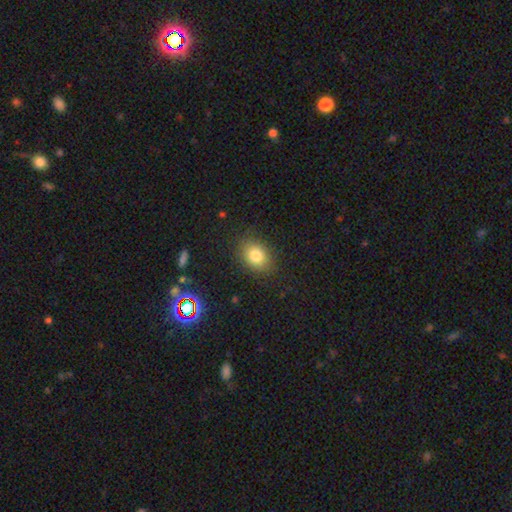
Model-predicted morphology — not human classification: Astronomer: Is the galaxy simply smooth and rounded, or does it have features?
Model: smooth — 80%.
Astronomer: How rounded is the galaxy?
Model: in between — 64%.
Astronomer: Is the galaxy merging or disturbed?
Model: none — 85%.